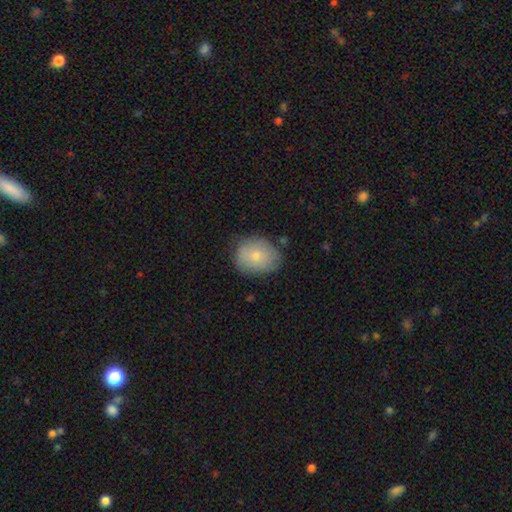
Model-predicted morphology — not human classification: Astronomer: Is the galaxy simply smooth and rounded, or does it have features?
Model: smooth — 77%.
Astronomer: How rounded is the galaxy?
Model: round — 52% (runner-up: in between, 47%).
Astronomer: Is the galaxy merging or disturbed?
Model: none — 73%.